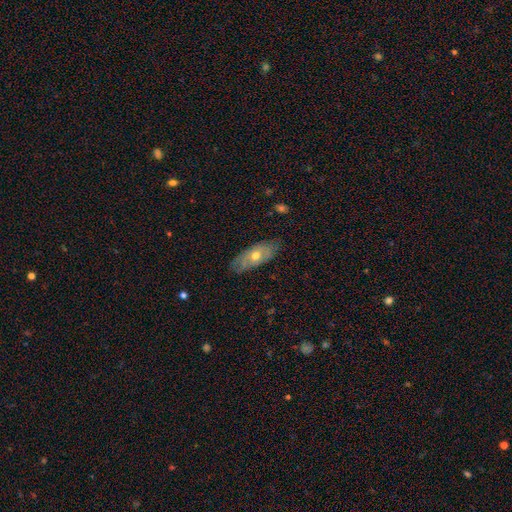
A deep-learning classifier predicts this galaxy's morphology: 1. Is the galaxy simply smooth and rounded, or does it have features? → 48% featured or disk, 45% smooth, 6% star or artifact.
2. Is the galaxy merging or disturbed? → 76% none, 19% minor disturbance, 4% major disturbance, 1% merger.